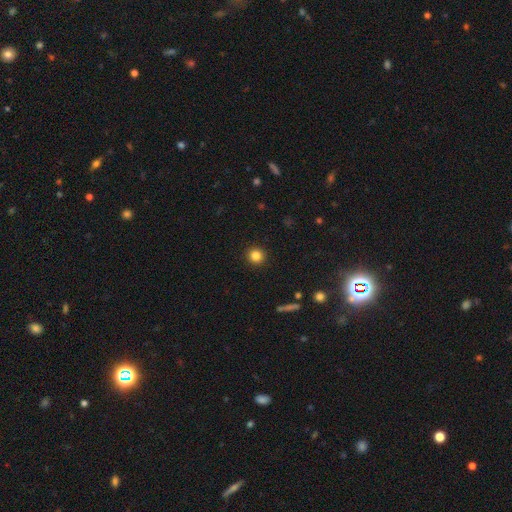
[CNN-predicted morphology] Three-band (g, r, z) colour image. It shows a smooth galaxy with no disk features (83%) that is round (95%). Merging: none (93%).